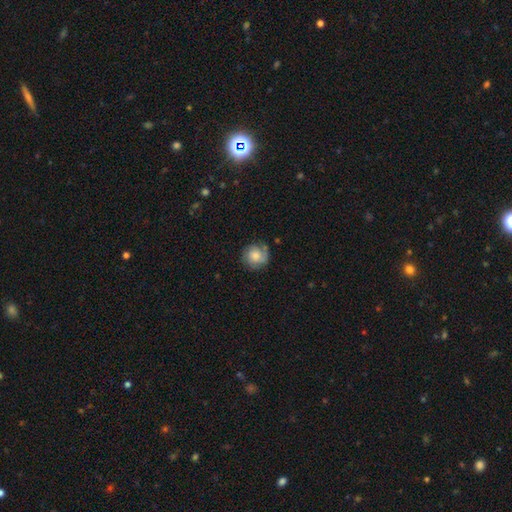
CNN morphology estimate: type=smooth (60%); roundness=round (87%); merging=none (70%).